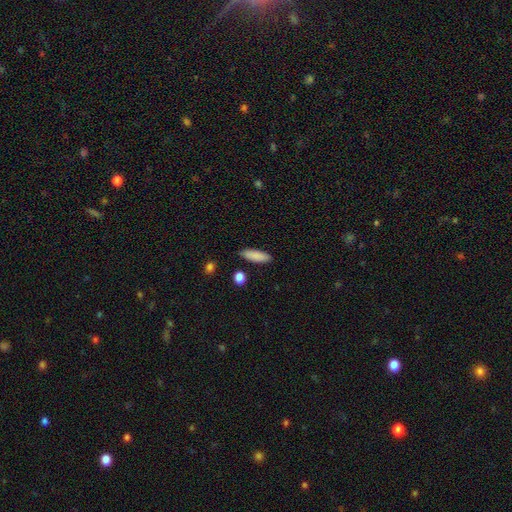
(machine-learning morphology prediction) Q: Smooth or featured?
A: smooth (87%); runner-up: star or artifact (7%)
Q: How rounded?
A: in between (55%); runner-up: cigar-shaped (43%)
Q: Merging?
A: none (86%); runner-up: minor disturbance (10%)